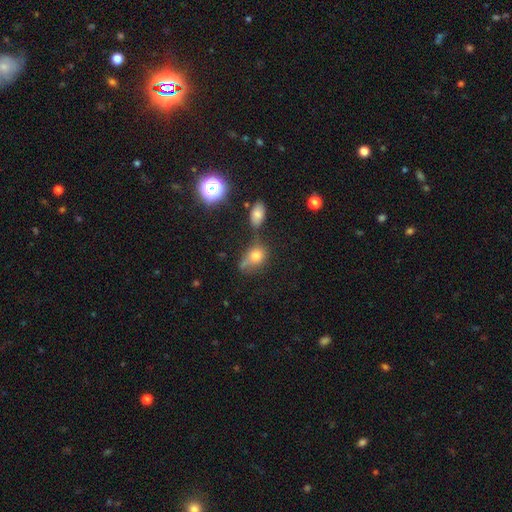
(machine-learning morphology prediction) Smooth or featured?
  - smooth: 73% *
  - star or artifact: 14%
  - featured or disk: 13%
How rounded?
  - in between: 57% *
  - round: 40%
  - cigar-shaped: 3%
Merging?
  - none: 40% *
  - minor disturbance: 25%
  - merger: 21%
  - major disturbance: 14%